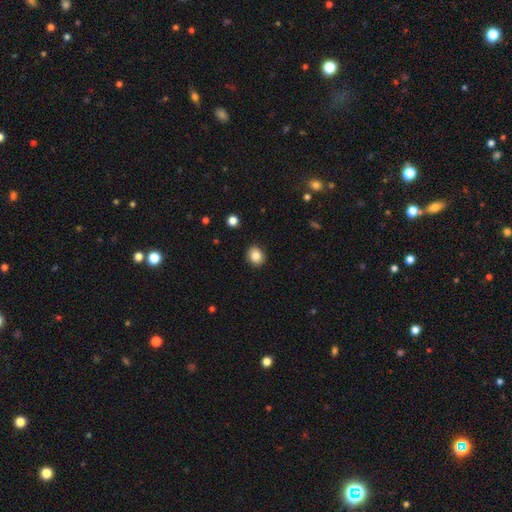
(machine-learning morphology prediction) A smooth galaxy with no disk features (85%) that is round (70%). Merging: none (89%).